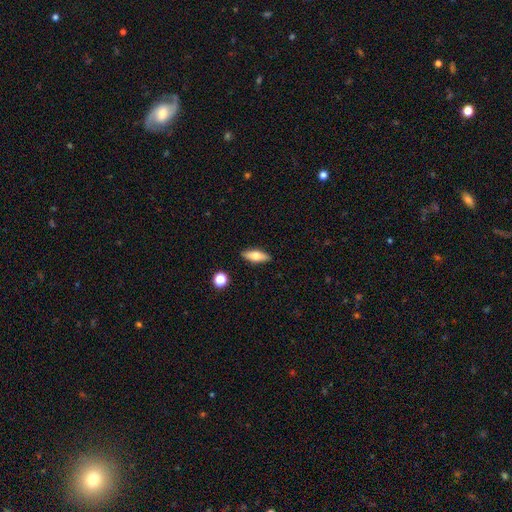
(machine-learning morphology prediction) Smooth or featured? smooth (59%)
How rounded? in between (63%)
Merging? none (88%)